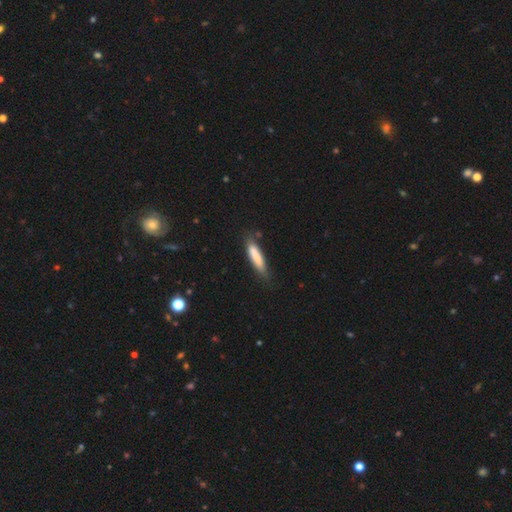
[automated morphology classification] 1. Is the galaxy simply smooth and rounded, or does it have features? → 80% smooth, 14% featured or disk, 6% star or artifact.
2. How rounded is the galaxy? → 82% cigar-shaped, 17% in between, 1% round.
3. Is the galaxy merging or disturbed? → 71% none, 21% minor disturbance, 4% major disturbance, 3% merger.